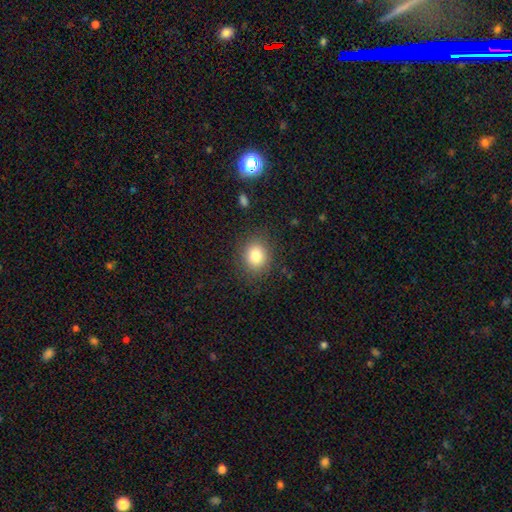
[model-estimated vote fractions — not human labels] smooth_or_featured: smooth (p=0.80) [alt: star or artifact p=0.11]
how_rounded: round (p=0.70) [alt: in between p=0.29]
merging: none (p=0.86) [alt: minor disturbance p=0.09]